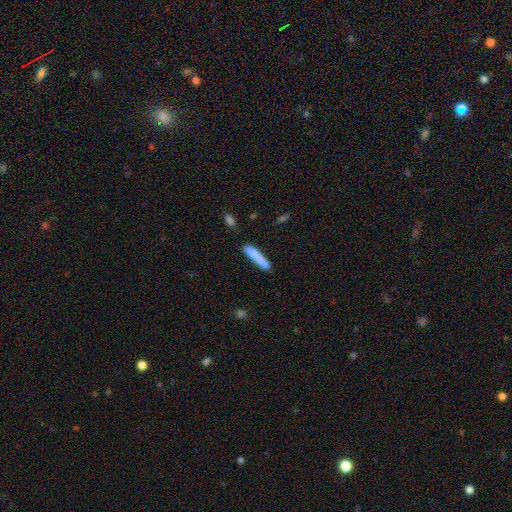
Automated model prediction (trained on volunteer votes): Smooth or featured? Predicted: smooth (p=0.70). How rounded? Predicted: cigar-shaped (p=0.88). Merging? Predicted: none (p=0.53).